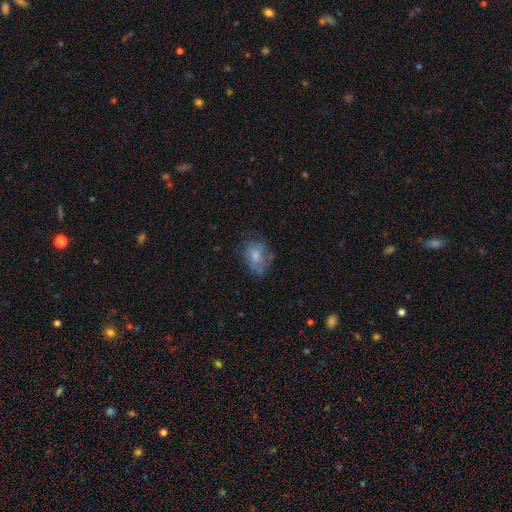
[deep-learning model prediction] Q: Smooth or featured?
A: smooth (61%); runner-up: featured or disk (29%)
Q: How rounded?
A: in between (64%); runner-up: round (35%)
Q: Merging?
A: none (54%); runner-up: minor disturbance (26%)